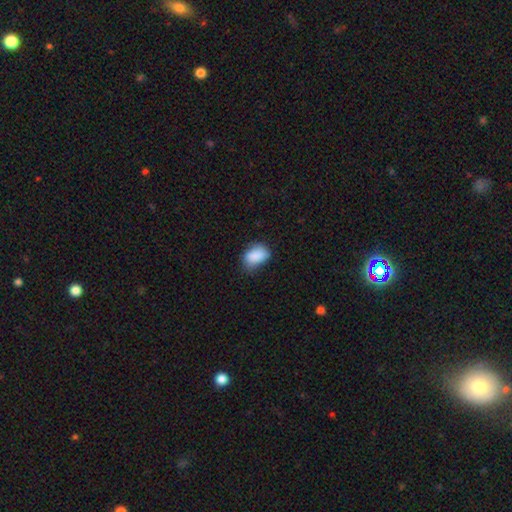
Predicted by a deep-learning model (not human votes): A smooth galaxy with no disk features (86%) that is in between round and cigar-shaped (82%). Merging: none (59%).